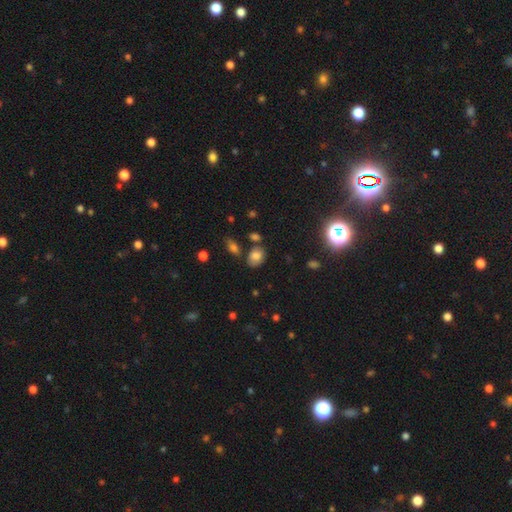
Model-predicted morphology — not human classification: Overall: smooth (78%). How rounded: in between (69%; round 29%). Merging: none (66%).